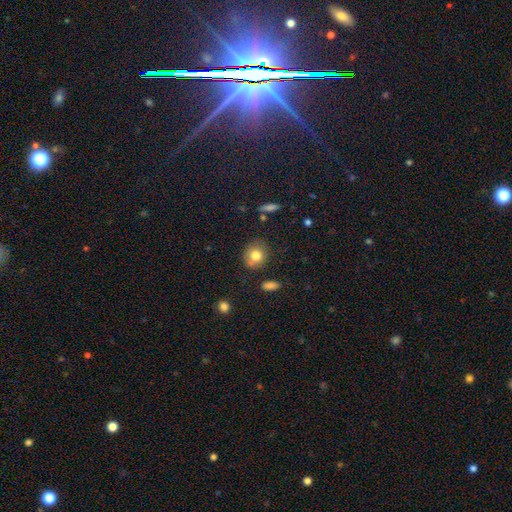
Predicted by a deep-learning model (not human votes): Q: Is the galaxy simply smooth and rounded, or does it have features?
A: smooth — 78%.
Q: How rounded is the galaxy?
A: round — 74%.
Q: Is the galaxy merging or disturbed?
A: none — 73%.